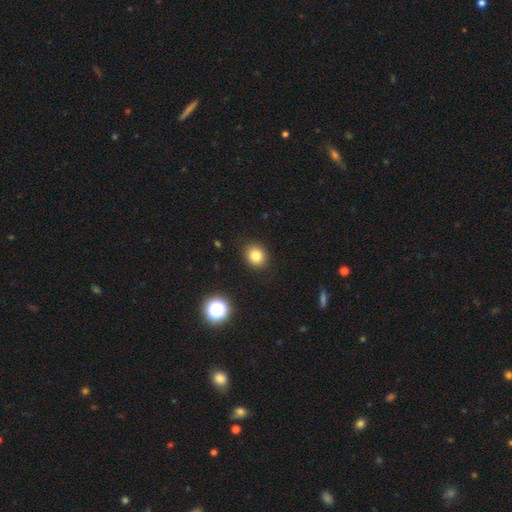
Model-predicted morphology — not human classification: A smooth galaxy with no disk features (81%) that is round (72%). Merging: none (90%).